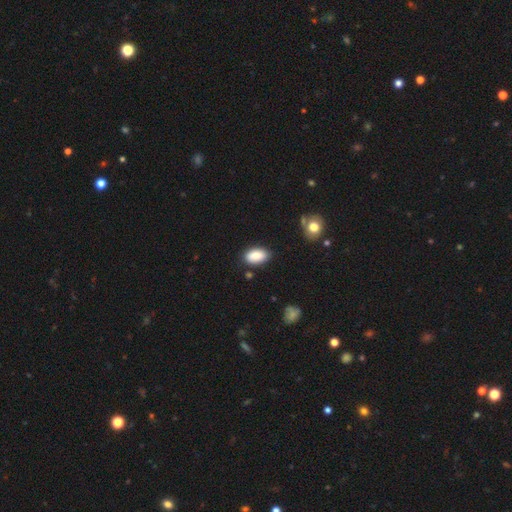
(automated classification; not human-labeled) This appears to be a smooth galaxy with no disk features (86%) that is in between round and cigar-shaped (94%). Merging: none (83%).